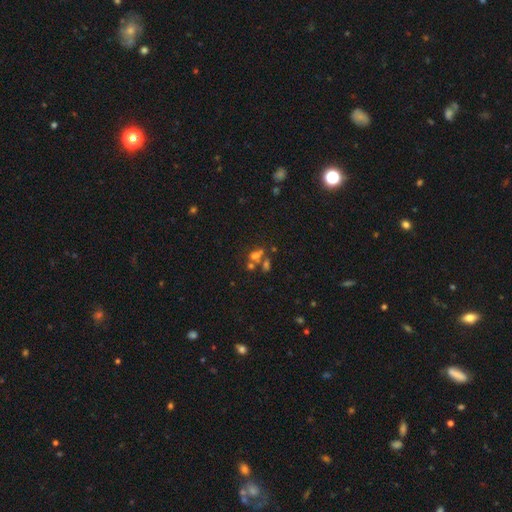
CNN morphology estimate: smooth 51%, star or artifact 29%, featured or disk 20%. Down the decision tree: how rounded — in between (58%); merging — merger (44%).